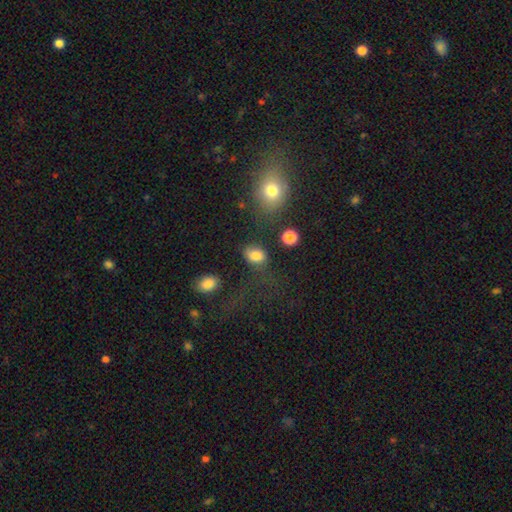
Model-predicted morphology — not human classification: Smooth or featured: smooth — 82% (star or artifact — 10%)
How rounded: in between — 74% (round — 25%)
Merging: none — 59% (minor disturbance — 19%)